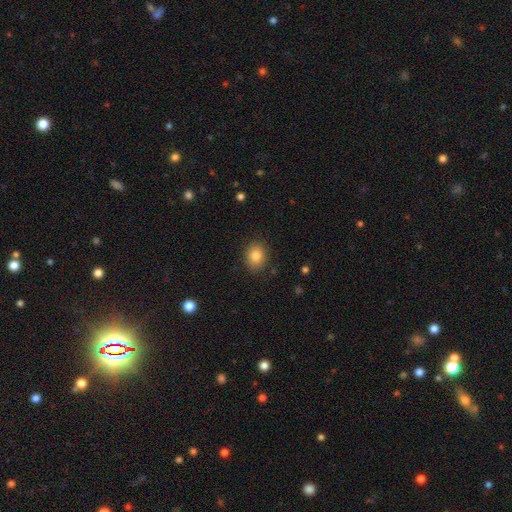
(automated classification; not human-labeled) smooth-or-featured: smooth: 84% | star or artifact: 9% | featured or disk: 6%
  how-rounded: in between: 50% | round: 49% | cigar-shaped: 1%
  merging: none: 87% | minor disturbance: 10% | major disturbance: 3% | merger: 1%